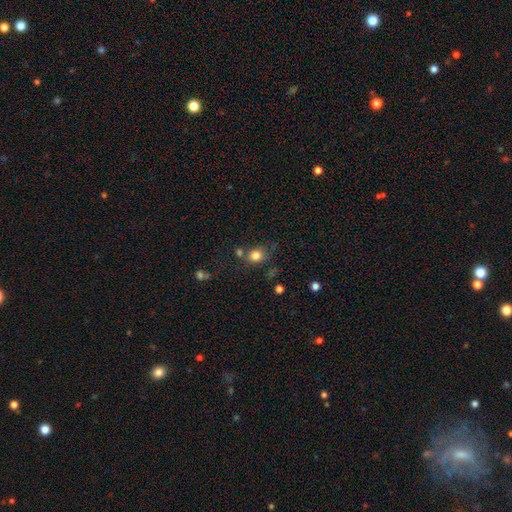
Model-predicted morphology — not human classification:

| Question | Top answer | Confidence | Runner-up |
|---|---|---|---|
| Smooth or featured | smooth | 81% | star or artifact (11%) |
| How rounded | round | 66% | in between (33%) |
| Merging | none | 60% | minor disturbance (17%) |